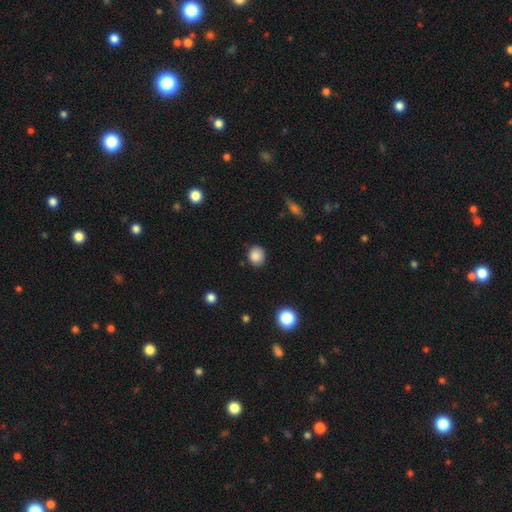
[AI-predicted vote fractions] Smooth or featured? Predicted: smooth (p=0.86). How rounded? Predicted: round (p=0.74). Merging? Predicted: none (p=0.84).